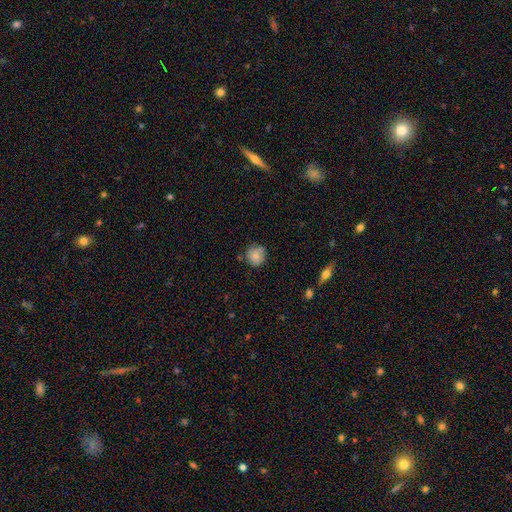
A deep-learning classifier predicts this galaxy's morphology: A smooth galaxy with no disk features (78%) that is round (86%). Merging: none (70%).